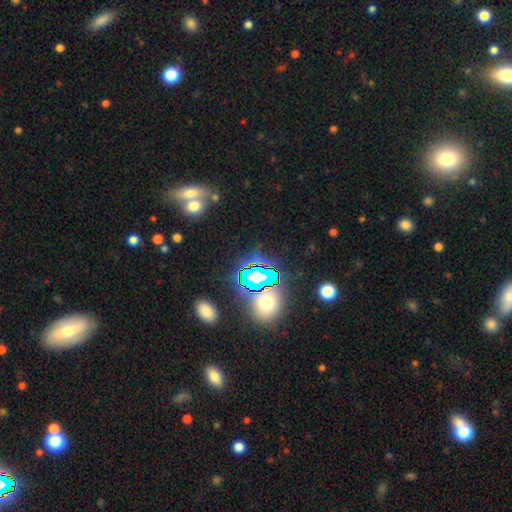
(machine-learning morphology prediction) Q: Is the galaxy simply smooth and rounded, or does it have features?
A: star or artifact — 69%.